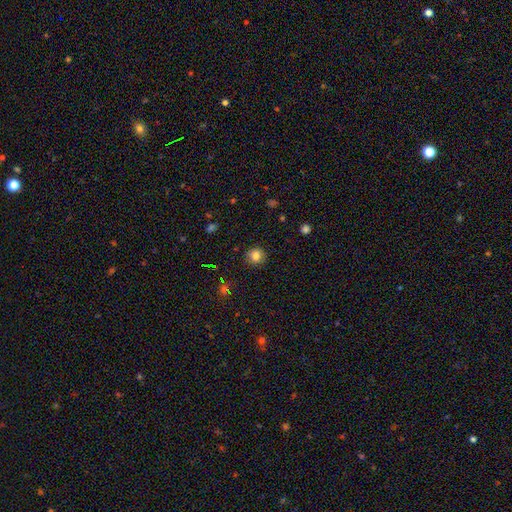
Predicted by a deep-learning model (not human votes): Overall: smooth (81%). How rounded: round (89%). Merging: none (88%).